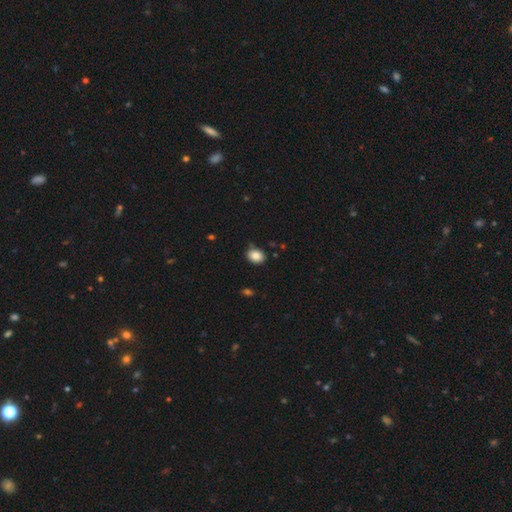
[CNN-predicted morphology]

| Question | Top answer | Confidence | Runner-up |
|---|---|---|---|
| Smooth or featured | smooth | 85% | star or artifact (9%) |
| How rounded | in between | 62% | round (37%) |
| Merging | none | 79% | minor disturbance (16%) |